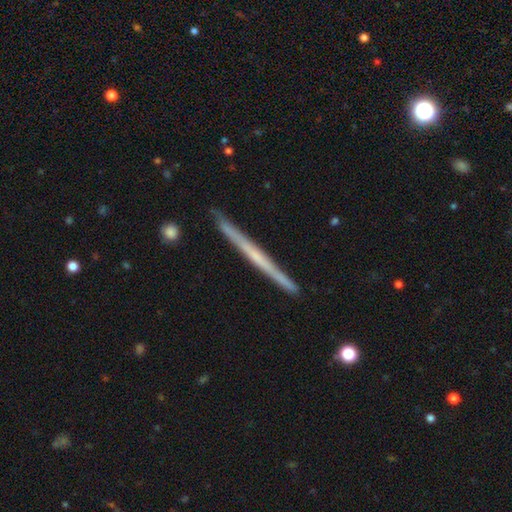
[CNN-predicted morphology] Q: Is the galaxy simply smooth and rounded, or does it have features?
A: featured or disk — 62%.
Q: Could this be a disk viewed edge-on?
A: yes — 98%.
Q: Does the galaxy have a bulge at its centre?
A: none — 81%.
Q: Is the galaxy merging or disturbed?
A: none — 90%.